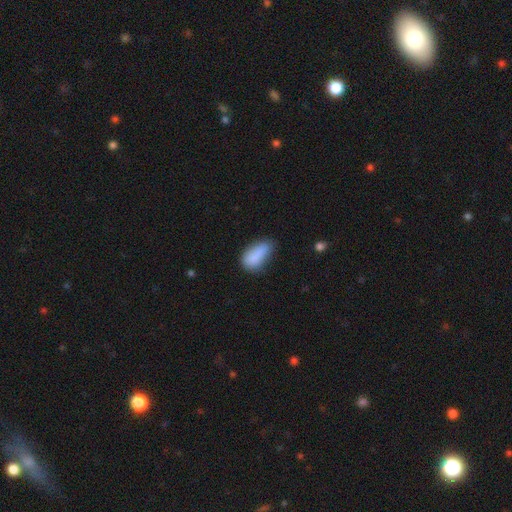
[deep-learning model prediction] Overall: smooth (82%). How rounded: in between (87%). Merging: none (51%; minor disturbance 32%).